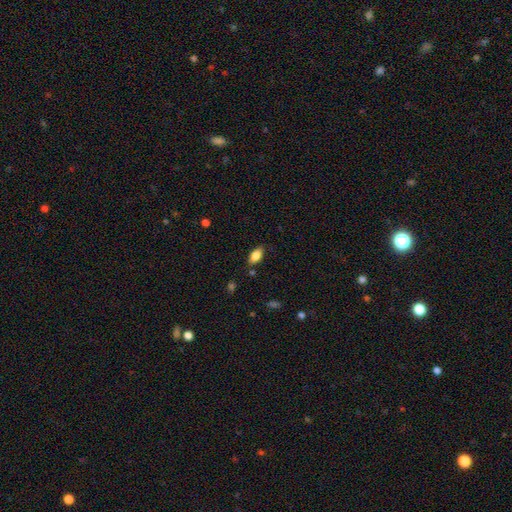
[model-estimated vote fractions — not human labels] This appears to be a smooth galaxy with no disk features (84%) that is in between round and cigar-shaped (90%). Merging: none (82%).